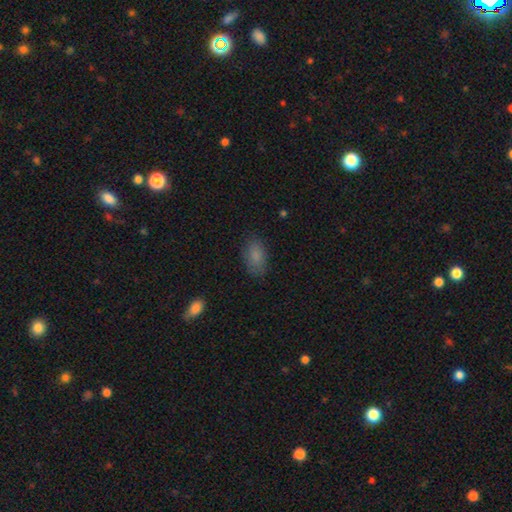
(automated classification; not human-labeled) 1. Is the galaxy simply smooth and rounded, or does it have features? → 85% smooth, 8% star or artifact, 7% featured or disk.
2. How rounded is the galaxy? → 92% in between, 5% round, 3% cigar-shaped.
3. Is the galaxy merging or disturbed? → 81% none, 14% minor disturbance, 4% major disturbance, 1% merger.